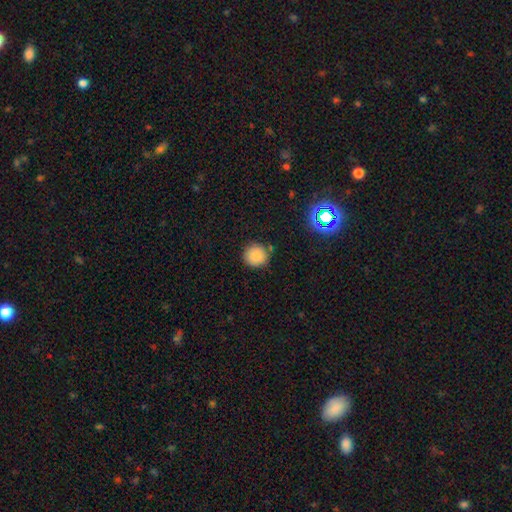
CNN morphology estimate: A smooth galaxy with no disk features (84%) that is round (94%). Merging: none (85%).